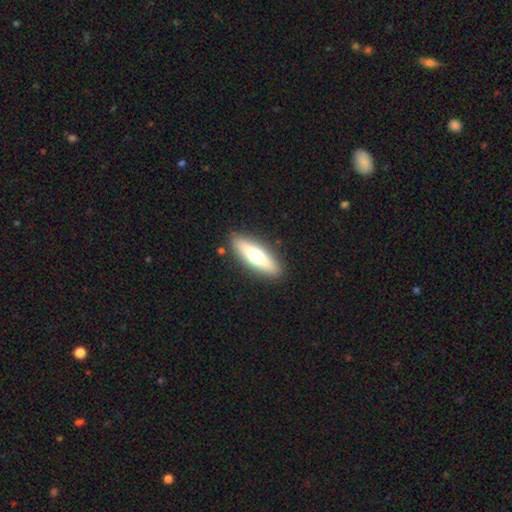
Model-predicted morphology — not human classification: This appears to be a smooth galaxy with no disk features (53%) that is cigar-shaped (61%). Merging: none (88%).